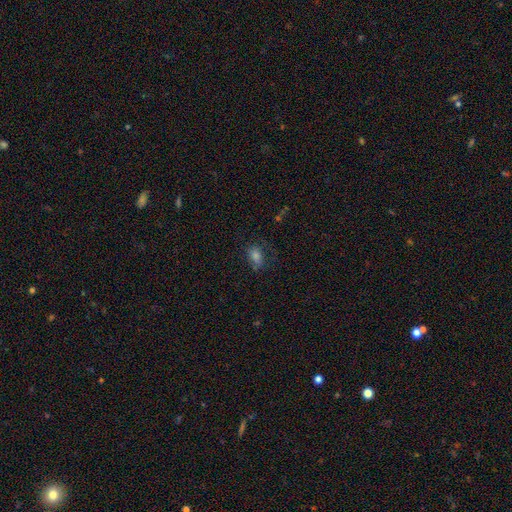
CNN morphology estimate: A smooth galaxy with no disk features (66%) that is in between round and cigar-shaped (73%).

Vote fractions:
- Smooth or featured? smooth: 66% / star or artifact: 19% / featured or disk: 15%
- How rounded? in between: 73% / round: 24% / cigar-shaped: 2%
- Merging? none: 57% / minor disturbance: 24% / major disturbance: 16% / merger: 3%